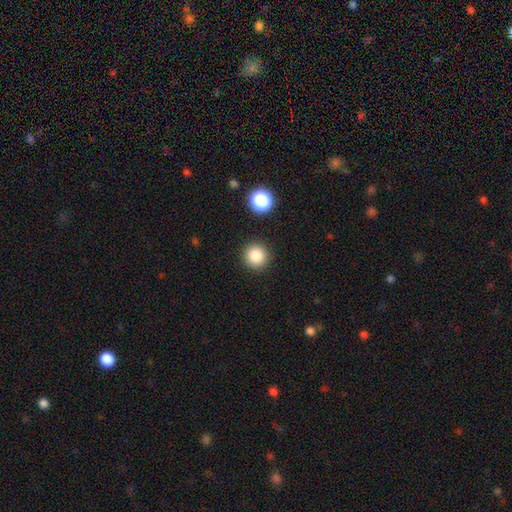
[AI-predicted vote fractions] Overall: smooth (84%). How rounded: round (95%). Merging: none (91%).